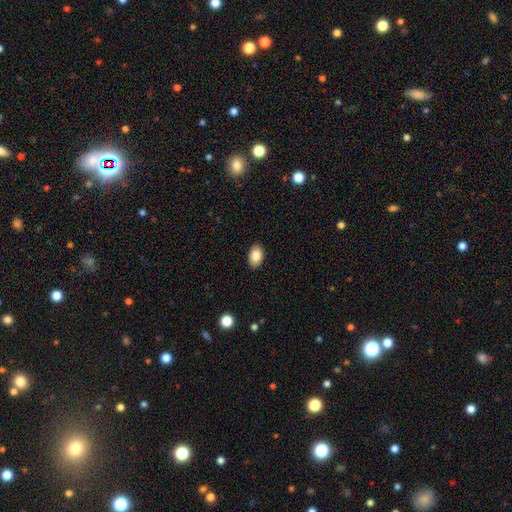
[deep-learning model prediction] Morphology: type=smooth (86%); roundness=in between (89%); merging=none (88%).